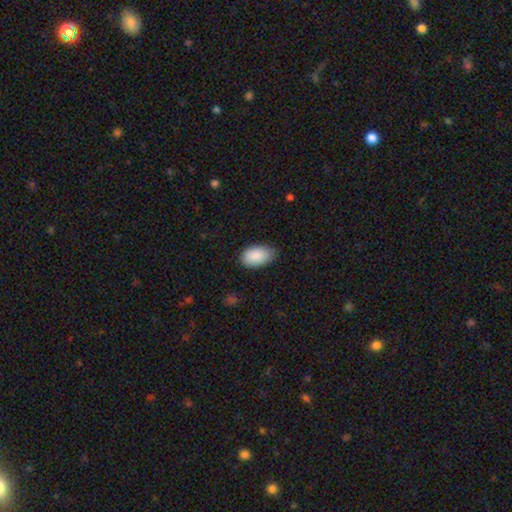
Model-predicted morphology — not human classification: Q: Smooth or featured?
A: smooth (89%); runner-up: star or artifact (6%)
Q: How rounded?
A: in between (95%); runner-up: round (4%)
Q: Merging?
A: none (77%); runner-up: minor disturbance (19%)